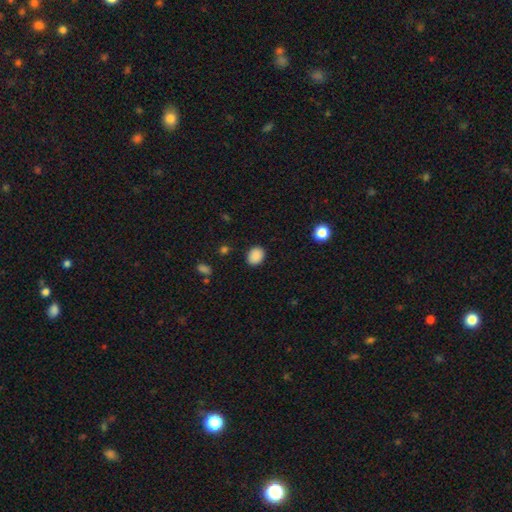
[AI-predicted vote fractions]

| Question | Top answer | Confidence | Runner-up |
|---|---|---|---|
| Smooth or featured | smooth | 89% | star or artifact (9%) |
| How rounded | round | 51% | in between (48%) |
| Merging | none | 88% | minor disturbance (8%) |